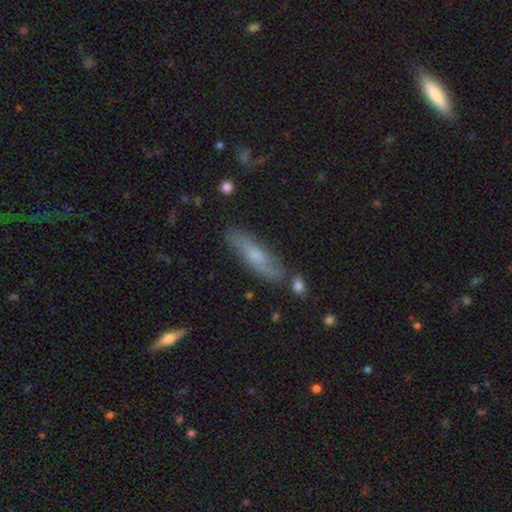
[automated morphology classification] Smooth or featured? Predicted: smooth (p=0.49). Merging? Predicted: none (p=0.76).